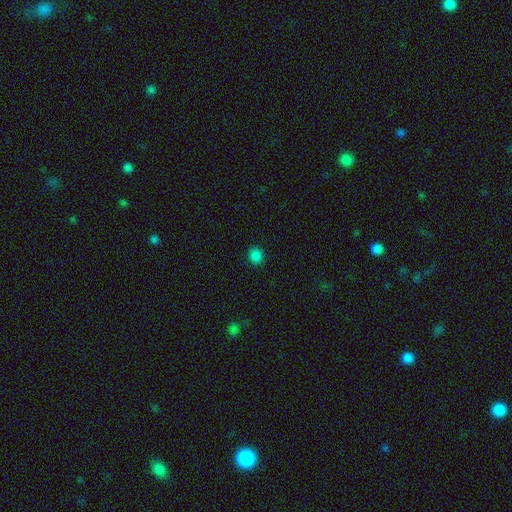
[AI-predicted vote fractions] Smooth or featured? smooth (84%)
How rounded? round (80%)
Merging? none (91%)